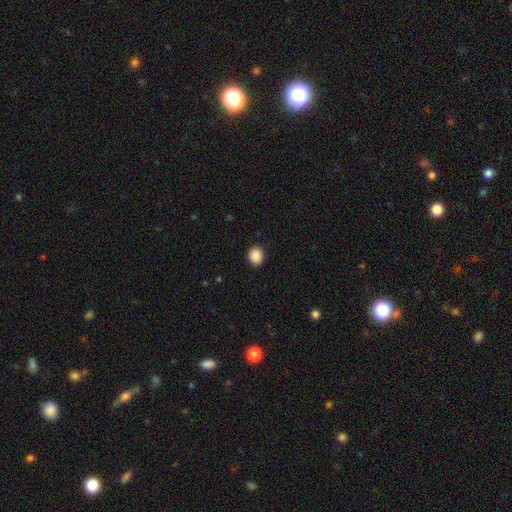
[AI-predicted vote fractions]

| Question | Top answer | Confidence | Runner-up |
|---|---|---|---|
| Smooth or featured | smooth | 89% | star or artifact (8%) |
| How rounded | round | 65% | in between (34%) |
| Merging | none | 90% | minor disturbance (7%) |